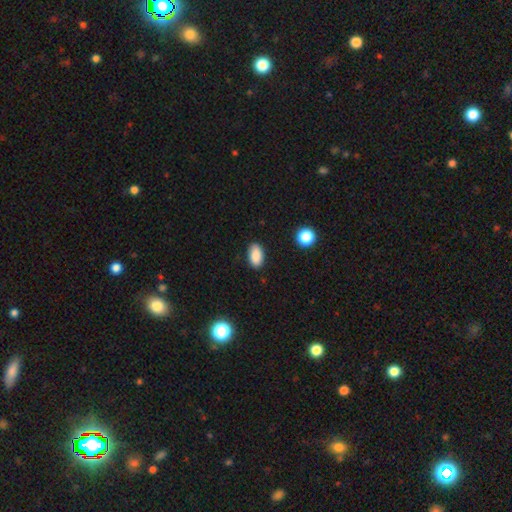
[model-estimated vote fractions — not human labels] A smooth galaxy with no disk features (88%) that is in between round and cigar-shaped (93%).

Vote fractions:
- Smooth or featured? smooth: 88% / star or artifact: 8% / featured or disk: 4%
- How rounded? in between: 93% / round: 5% / cigar-shaped: 2%
- Merging? none: 87% / minor disturbance: 10% / major disturbance: 2% / merger: 1%